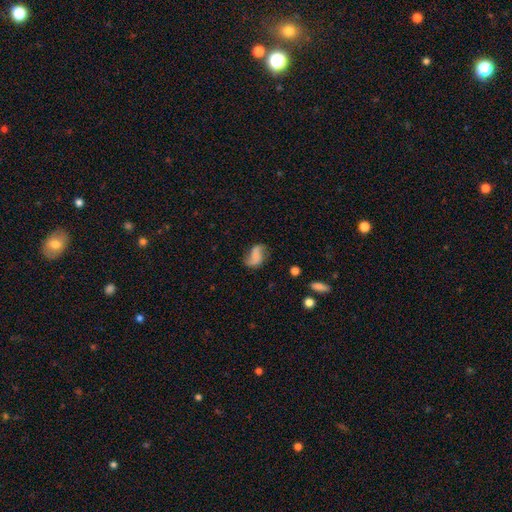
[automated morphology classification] Smooth or featured?
  - featured or disk: 54% *
  - smooth: 36%
  - star or artifact: 10%
Edge-on disk?
  - no: 97% *
  - yes: 3%
Bar?
  - no: 55% *
  - weak: 29%
  - strong: 16%
Spiral arms?
  - yes: 86% *
  - no: 14%
Bulge size?
  - none: 70% *
  - small: 13%
  - moderate: 7%
  - large: 6%
  - dominant: 4%
Merging?
  - none: 58% *
  - minor disturbance: 24%
  - major disturbance: 15%
  - merger: 4%